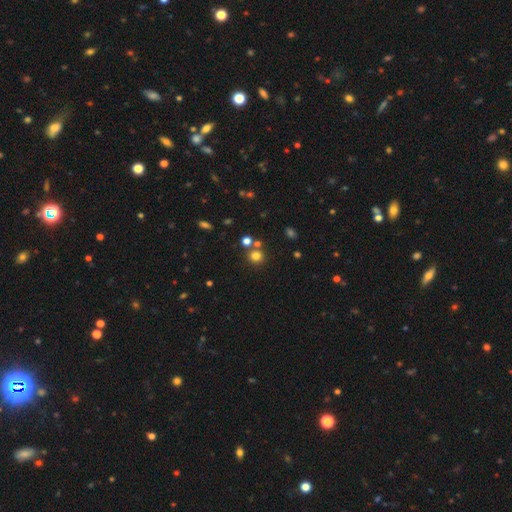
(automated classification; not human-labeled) Overall: smooth (75%). How rounded: round (88%). Merging: none (73%).